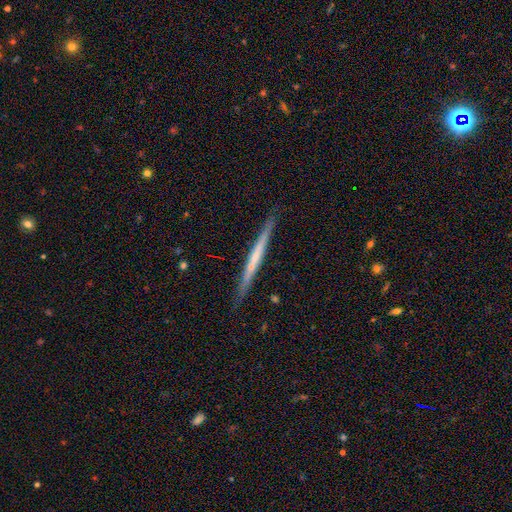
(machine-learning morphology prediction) Overall: featured or disk (60%; smooth 34%). Edge-on disk: yes (97%). Edge-on bulge: none (75%). Merging: none (88%).